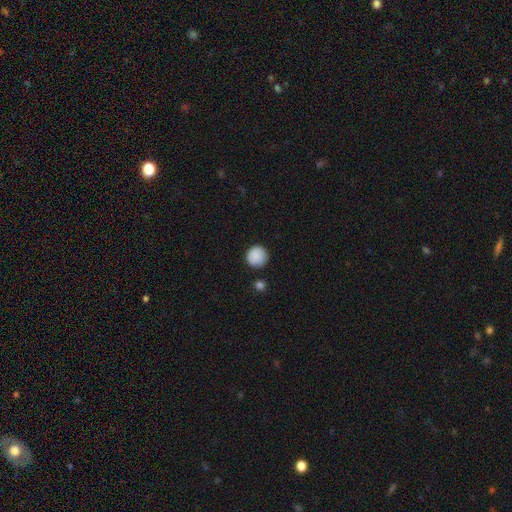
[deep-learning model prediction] This appears to be a smooth galaxy with no disk features (88%) that is round (94%). Merging: none (85%).